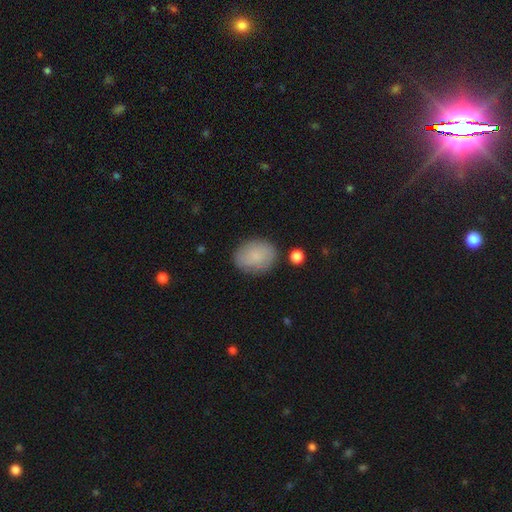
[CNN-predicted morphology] type=smooth (79%); roundness=in between (65%); merging=none (81%).